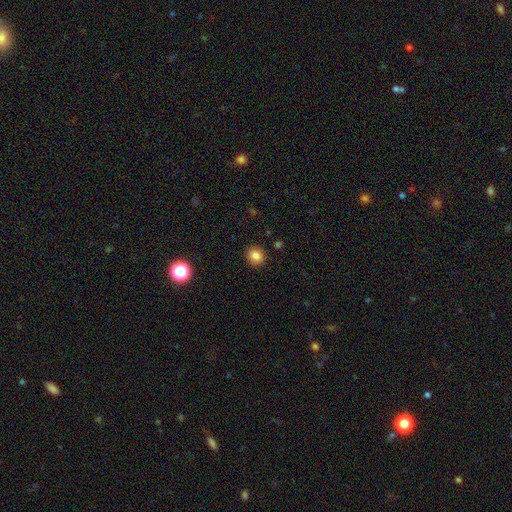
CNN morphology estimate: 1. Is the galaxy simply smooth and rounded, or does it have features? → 84% smooth, 11% star or artifact, 5% featured or disk.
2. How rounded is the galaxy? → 82% round, 17% in between, 1% cigar-shaped.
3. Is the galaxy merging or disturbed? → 89% none, 8% minor disturbance, 2% major disturbance, 1% merger.